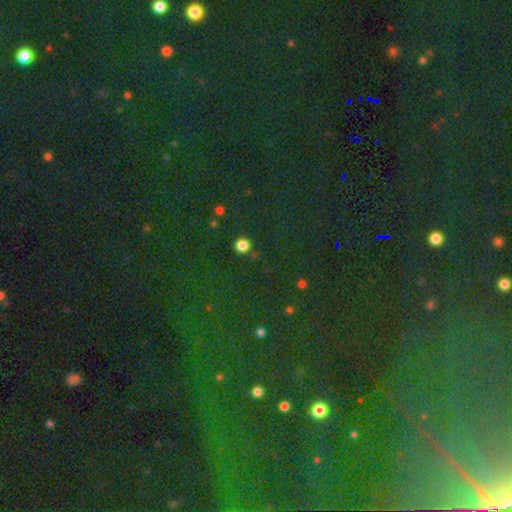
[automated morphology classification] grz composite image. It shows a star or artifact, not a galaxy (81%).